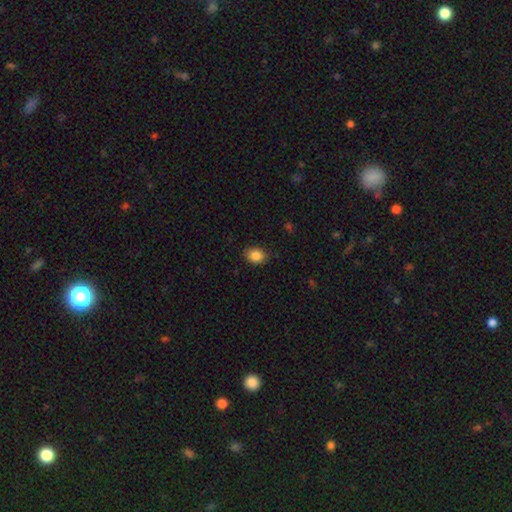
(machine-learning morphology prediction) This appears to be a smooth galaxy with no disk features (86%) that is in between round and cigar-shaped (63%). Merging: none (84%).